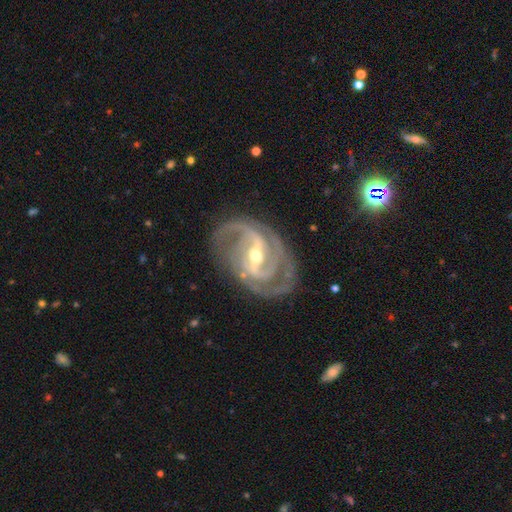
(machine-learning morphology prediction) Smooth or featured? featured or disk (92%)
Edge-on disk? no (97%)
Bar? strong (57%)
Spiral arms? yes (98%)
Spiral winding? medium (50%)
Spiral arm count? 2 (65%)
Bulge size? moderate (50%)
Merging? none (77%)